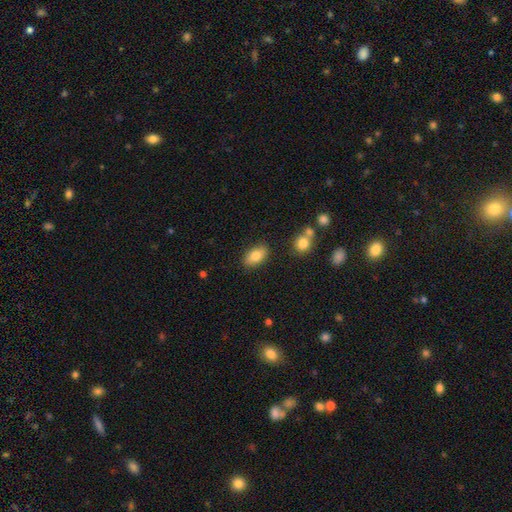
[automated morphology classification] Smooth or featured: smooth — 82% (featured or disk — 10%)
How rounded: in between — 89% (round — 6%)
Merging: none — 83% (minor disturbance — 11%)